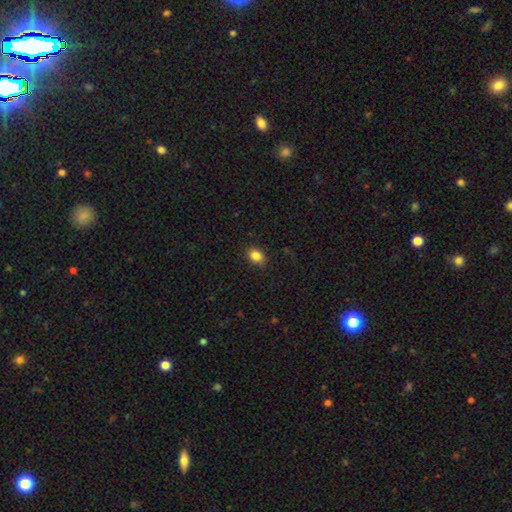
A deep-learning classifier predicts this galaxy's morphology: Smooth or featured?
  - smooth: 85% *
  - star or artifact: 10%
  - featured or disk: 5%
How rounded?
  - in between: 70% *
  - round: 29%
  - cigar-shaped: 1%
Merging?
  - none: 88% *
  - minor disturbance: 9%
  - major disturbance: 2%
  - merger: 1%